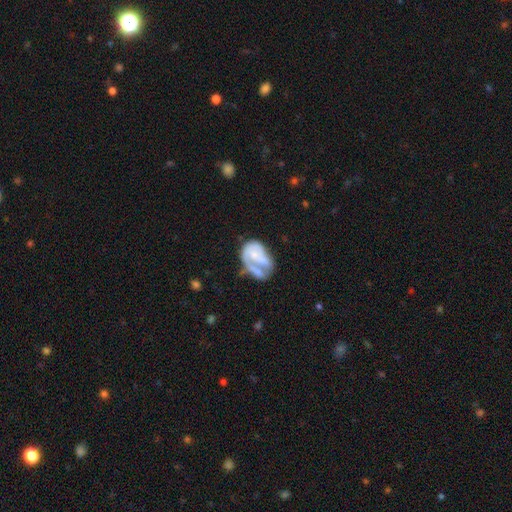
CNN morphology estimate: Overall: featured or disk (57%; smooth 36%). Edge-on disk: no (97%). Bar: no (69%). Spiral arms: yes (52%; no 48%). Bulge size: small (42%; none 27%). Merging: major disturbance (32%; merger 25%).